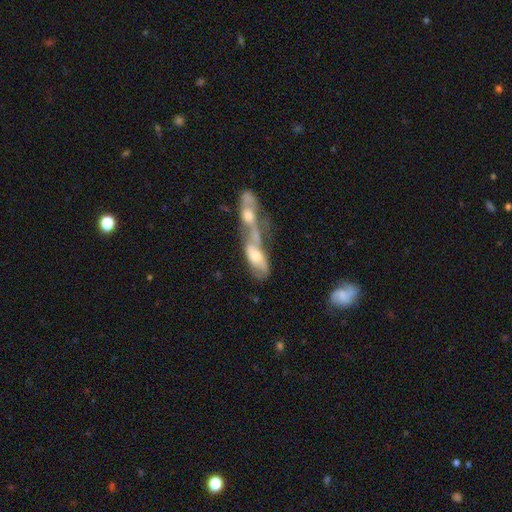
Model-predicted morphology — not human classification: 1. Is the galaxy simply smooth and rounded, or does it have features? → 48% featured or disk, 45% smooth, 7% star or artifact.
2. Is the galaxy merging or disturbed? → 78% merger, 9% none, 7% major disturbance, 6% minor disturbance.